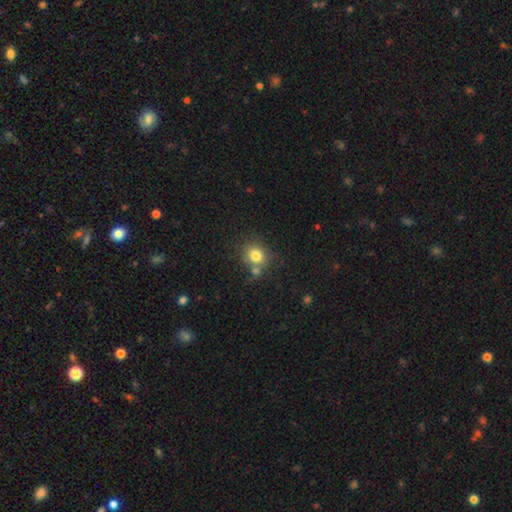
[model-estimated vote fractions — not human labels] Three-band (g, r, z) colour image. It shows a smooth galaxy with no disk features (79%) that is round (83%). Merging: none (64%).